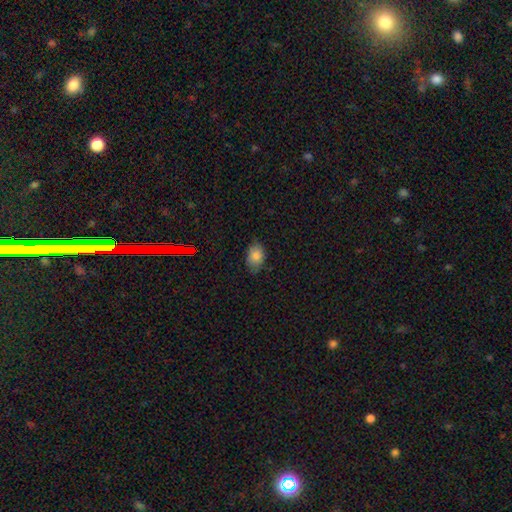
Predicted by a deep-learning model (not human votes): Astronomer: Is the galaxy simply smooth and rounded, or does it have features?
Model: smooth — 81%.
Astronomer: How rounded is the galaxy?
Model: in between — 83%.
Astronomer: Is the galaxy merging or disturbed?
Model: none — 73%.